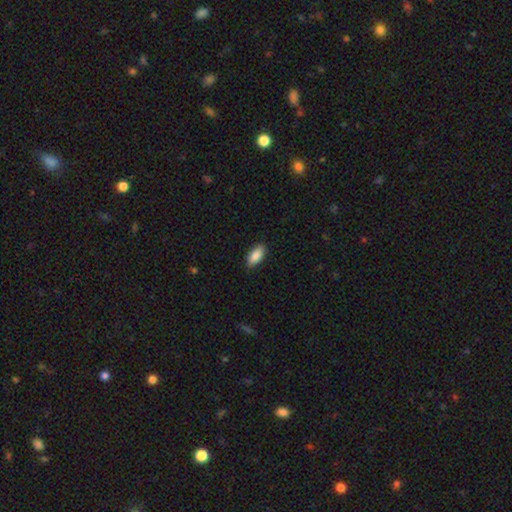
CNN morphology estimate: The model was most divided on "merging": none: 87%, minor disturbance: 10%, major disturbance: 2%, merger: 1%. More confident: how rounded — in between (89%); smooth or featured — smooth (88%).